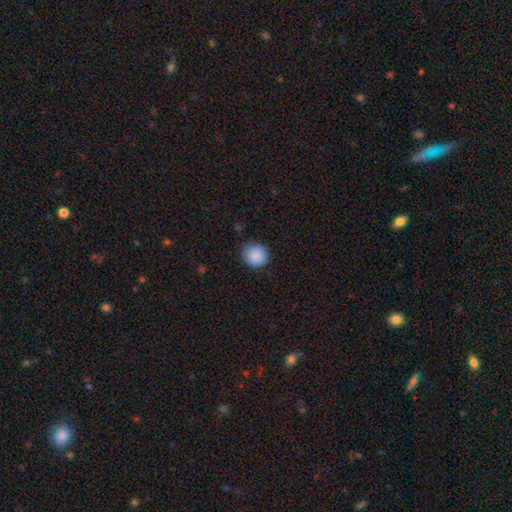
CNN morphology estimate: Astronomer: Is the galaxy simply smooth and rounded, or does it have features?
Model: smooth — 88%.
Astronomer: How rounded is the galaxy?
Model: round — 87%.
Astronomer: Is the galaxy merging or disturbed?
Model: none — 80%.